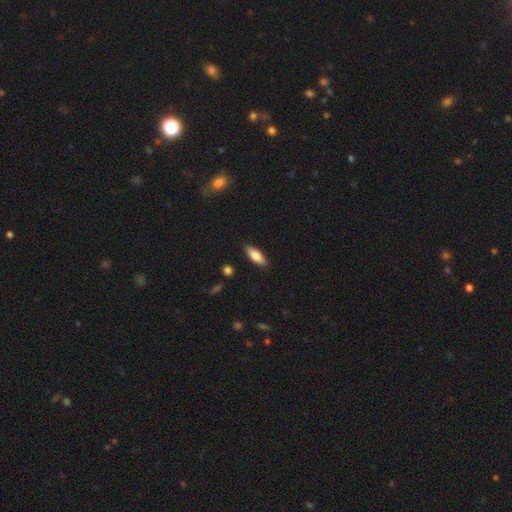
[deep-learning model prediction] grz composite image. It shows a smooth galaxy with no disk features (75%) that is in between round and cigar-shaped (64%). Merging: none (87%).